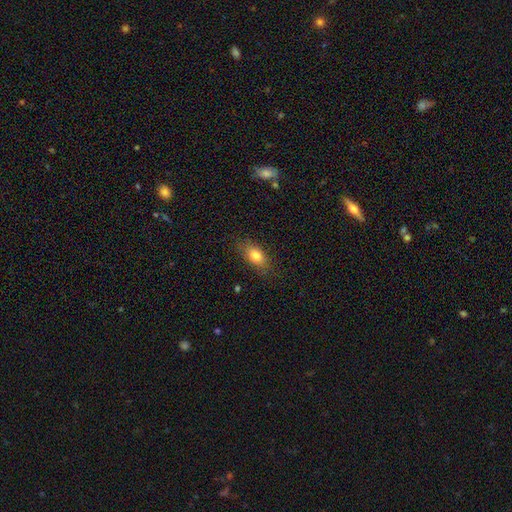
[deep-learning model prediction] Overall: smooth (78%). How rounded: in between (83%). Merging: none (81%).